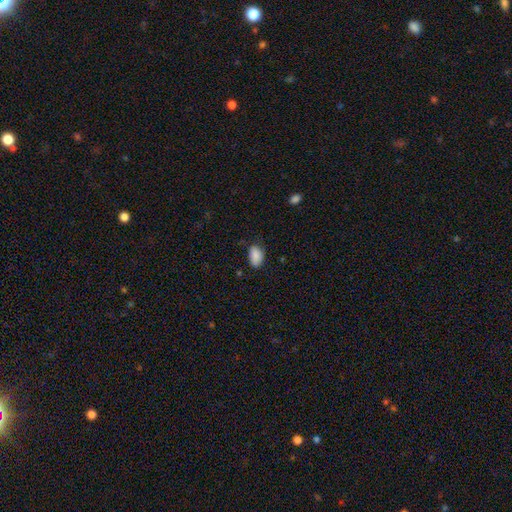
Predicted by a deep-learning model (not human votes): Smooth or featured? Predicted: smooth (p=0.88). How rounded? Predicted: in between (p=0.91). Merging? Predicted: none (p=0.71).